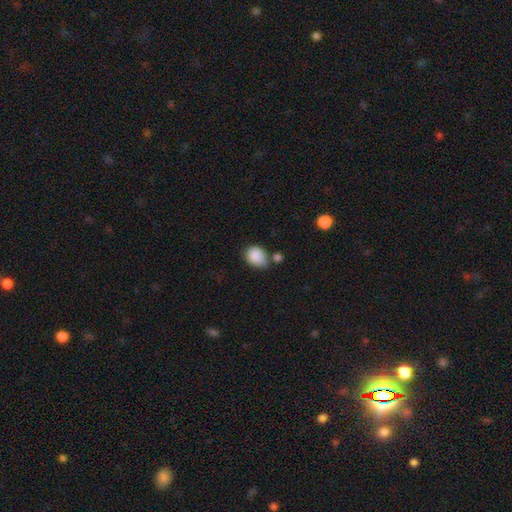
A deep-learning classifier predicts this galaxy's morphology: A smooth galaxy with no disk features (87%) that is in between round and cigar-shaped (60%).

Vote fractions:
- Smooth or featured? smooth: 87% / star or artifact: 8% / featured or disk: 4%
- How rounded? in between: 60% / round: 39% / cigar-shaped: 1%
- Merging? none: 54% / minor disturbance: 25% / merger: 14% / major disturbance: 7%